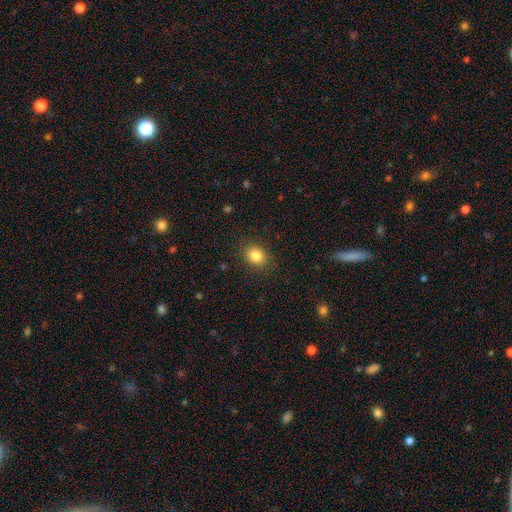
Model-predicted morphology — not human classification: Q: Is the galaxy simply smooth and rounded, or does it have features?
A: smooth — 84%.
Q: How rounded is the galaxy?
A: round — 51%.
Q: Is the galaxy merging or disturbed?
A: none — 86%.